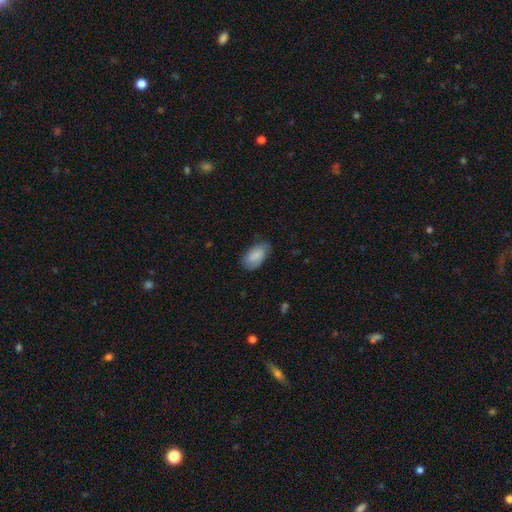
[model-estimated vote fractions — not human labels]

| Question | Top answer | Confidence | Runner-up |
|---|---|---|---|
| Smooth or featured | smooth | 79% | featured or disk (14%) |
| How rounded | in between | 94% | round (4%) |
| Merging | none | 70% | minor disturbance (23%) |